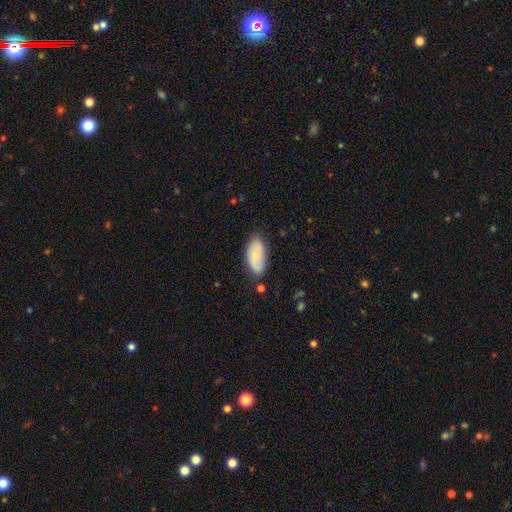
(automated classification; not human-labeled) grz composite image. It shows a smooth galaxy with no disk features (61%) that is in between round and cigar-shaped (92%). Merging: none (73%).